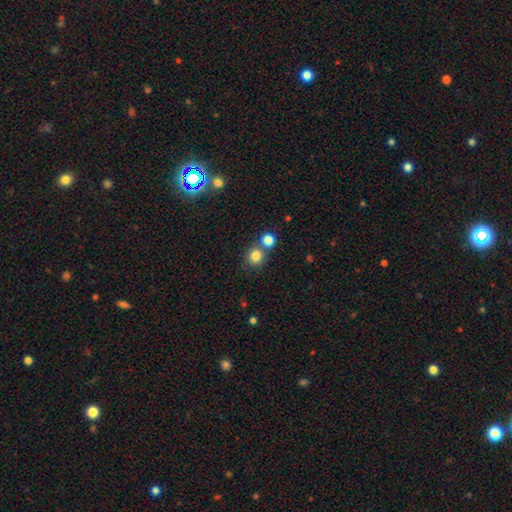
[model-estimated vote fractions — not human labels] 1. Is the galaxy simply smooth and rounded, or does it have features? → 82% smooth, 12% star or artifact, 6% featured or disk.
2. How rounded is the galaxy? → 84% round, 15% in between, 1% cigar-shaped.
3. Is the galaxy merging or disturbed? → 63% none, 25% merger, 8% minor disturbance, 3% major disturbance.